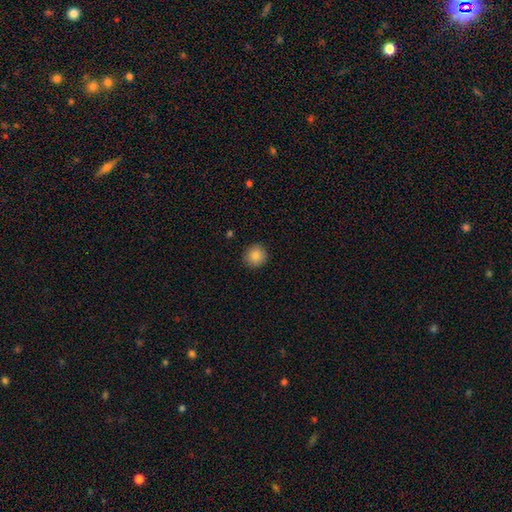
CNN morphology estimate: smooth 86%, star or artifact 9%, featured or disk 5%. Down the decision tree: how rounded — round (93%); merging — none (91%).